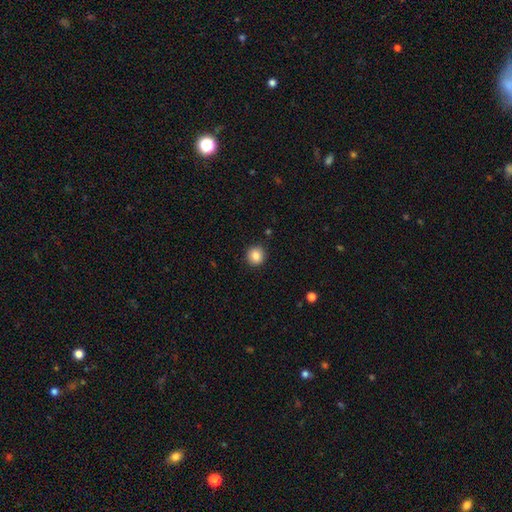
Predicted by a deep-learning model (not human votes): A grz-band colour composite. It shows a smooth galaxy with no disk features (85%) that is round (93%). Merging: none (91%).